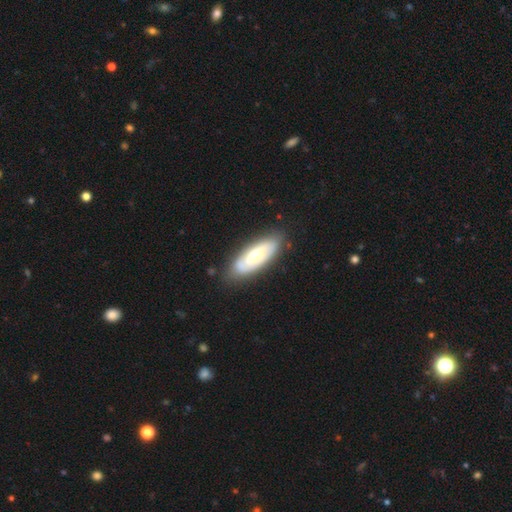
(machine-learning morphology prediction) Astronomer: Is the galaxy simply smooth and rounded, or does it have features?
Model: featured or disk — 48% (runner-up: smooth, 47%).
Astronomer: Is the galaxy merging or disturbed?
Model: none — 81%.